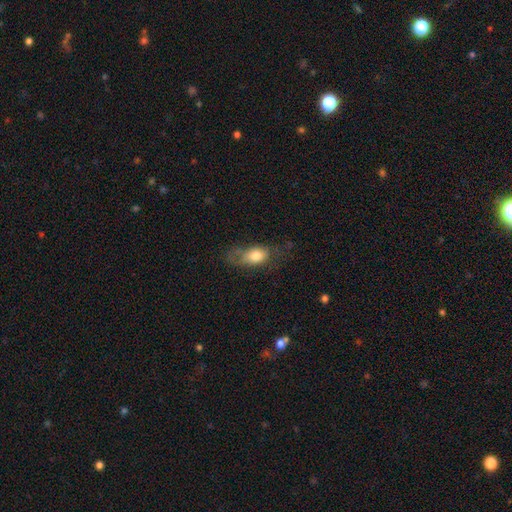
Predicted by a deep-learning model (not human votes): This appears to be a smooth galaxy with no disk features (74%) that is in between round and cigar-shaped (82%). Merging: none (41%).